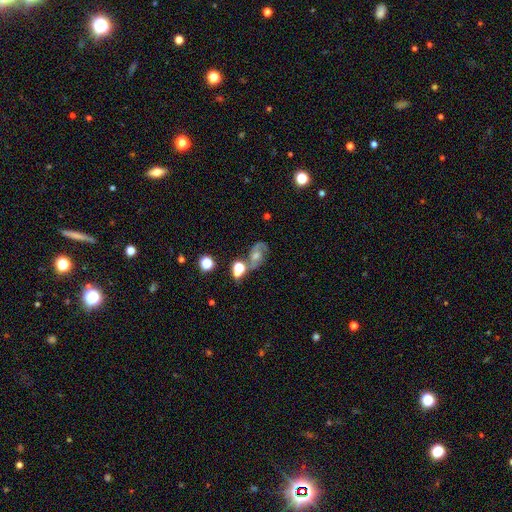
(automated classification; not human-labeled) This appears to be a featured or disk galaxy (64%) with no bar (72%), spiral arms (80%) and a moderate central bulge (62%). Merging: none (56%).